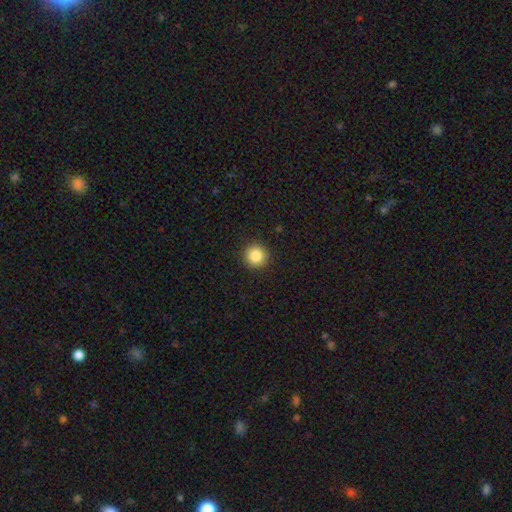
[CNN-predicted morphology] The model was most divided on "smooth or featured": smooth: 86%, star or artifact: 10%, featured or disk: 5%. More confident: how rounded — round (95%); merging — none (92%).